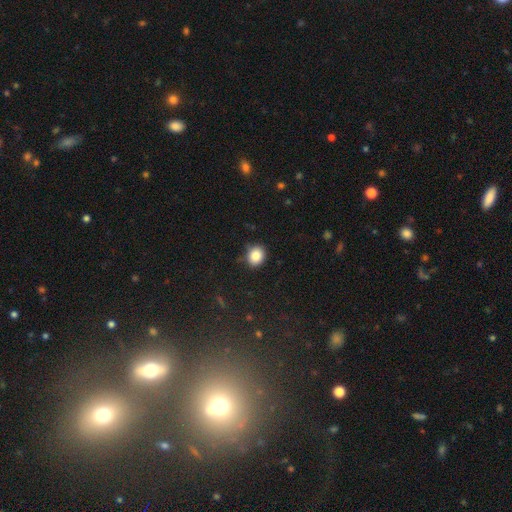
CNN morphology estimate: The model was most divided on "how rounded": round: 70%, in between: 29%, cigar-shaped: 1%. More confident: smooth or featured — smooth (84%); merging — none (81%).